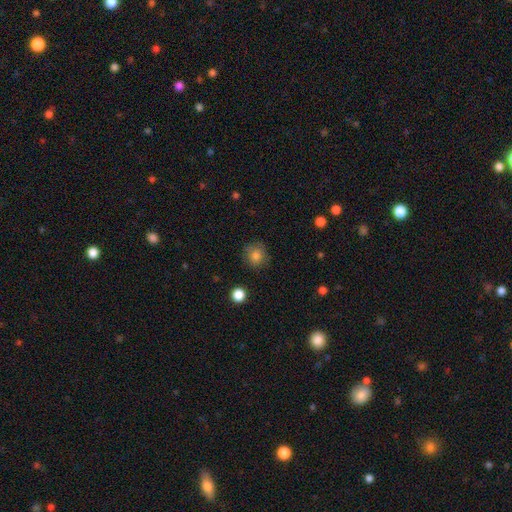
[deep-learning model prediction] Overall: smooth (81%). How rounded: round (87%). Merging: none (80%).